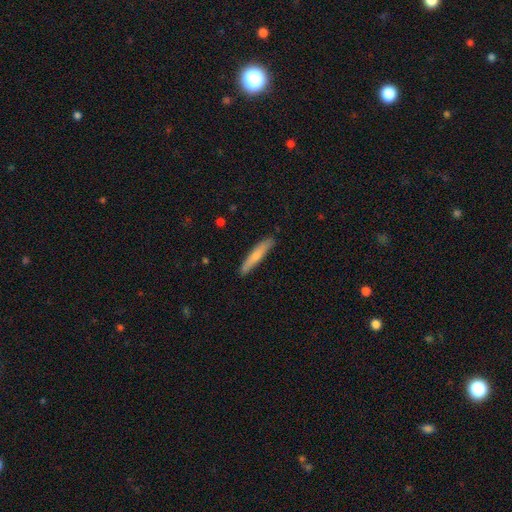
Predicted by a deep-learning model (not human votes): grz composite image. It shows a smooth galaxy with no disk features (67%) that is cigar-shaped (92%). Merging: none (87%).